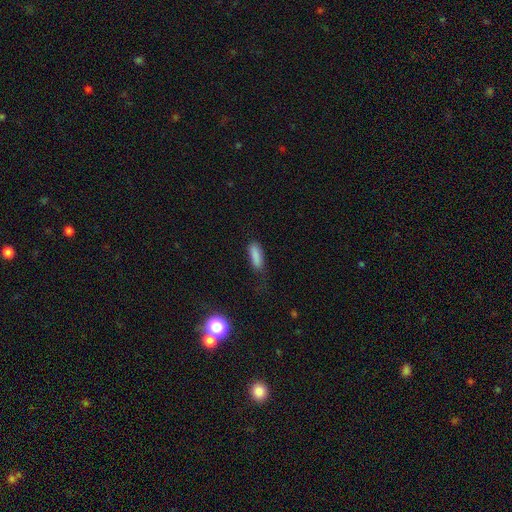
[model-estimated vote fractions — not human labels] smooth 85%, star or artifact 9%, featured or disk 6%. Down the decision tree: how rounded — in between (60%); merging — none (57%).